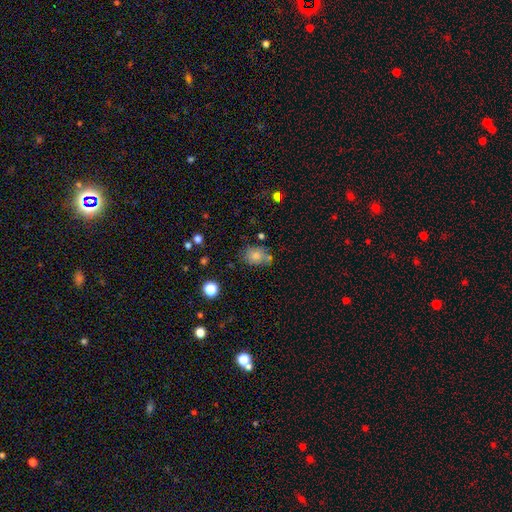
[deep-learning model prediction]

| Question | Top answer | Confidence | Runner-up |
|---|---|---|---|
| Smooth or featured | smooth | 77% | featured or disk (13%) |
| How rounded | in between | 66% | round (33%) |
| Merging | none | 62% | minor disturbance (20%) |